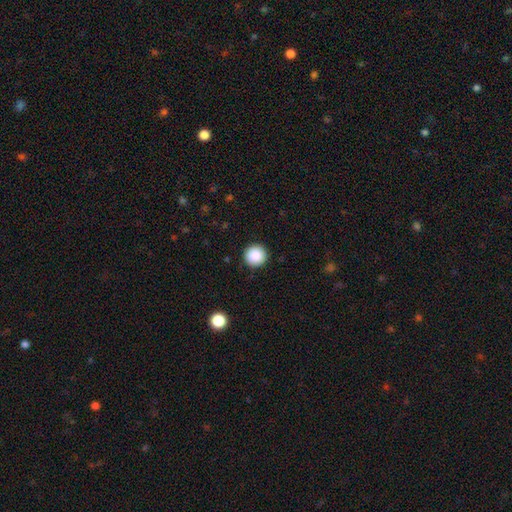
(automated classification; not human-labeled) smooth 88%, star or artifact 9%, featured or disk 3%. Down the decision tree: how rounded — round (96%); merging — none (92%).